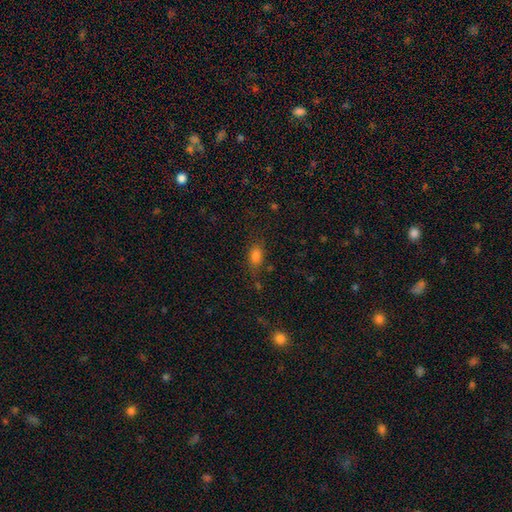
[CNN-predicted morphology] Smooth or featured? smooth (79%)
How rounded? in between (83%)
Merging? none (72%)